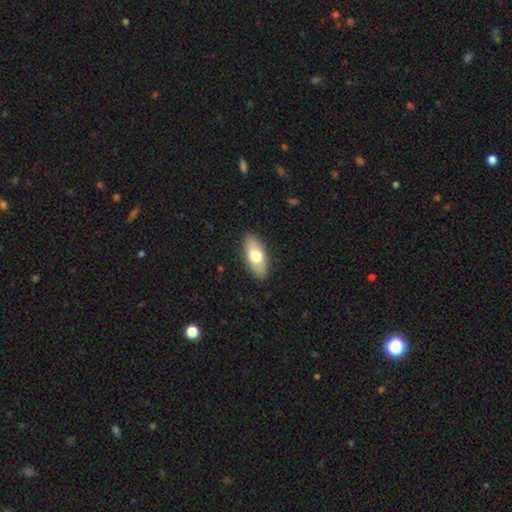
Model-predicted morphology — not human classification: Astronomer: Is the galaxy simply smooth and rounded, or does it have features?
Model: smooth — 70%.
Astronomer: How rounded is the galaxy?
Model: in between — 86%.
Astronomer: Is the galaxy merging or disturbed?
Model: none — 88%.